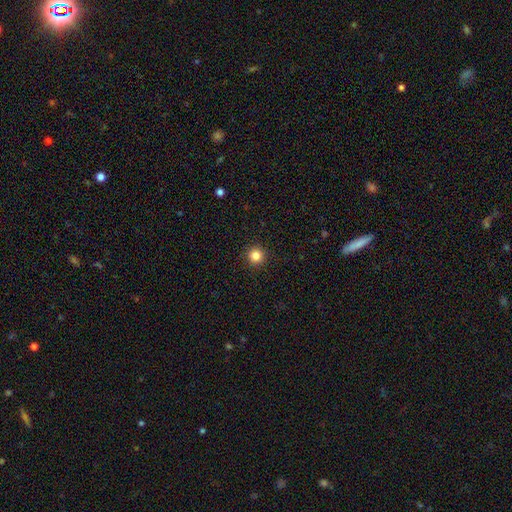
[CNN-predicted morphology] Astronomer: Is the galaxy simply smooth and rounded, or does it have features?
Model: smooth — 84%.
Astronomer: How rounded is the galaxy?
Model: round — 96%.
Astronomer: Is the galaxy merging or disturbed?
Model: none — 93%.